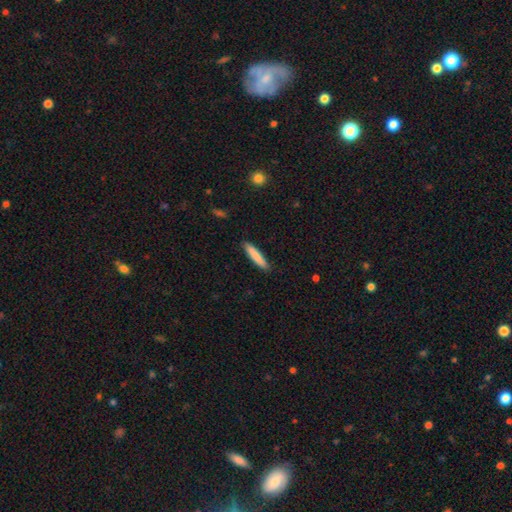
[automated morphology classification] smooth 83%, featured or disk 11%, star or artifact 6%. Down the decision tree: how rounded — cigar-shaped (90%); merging — none (89%).